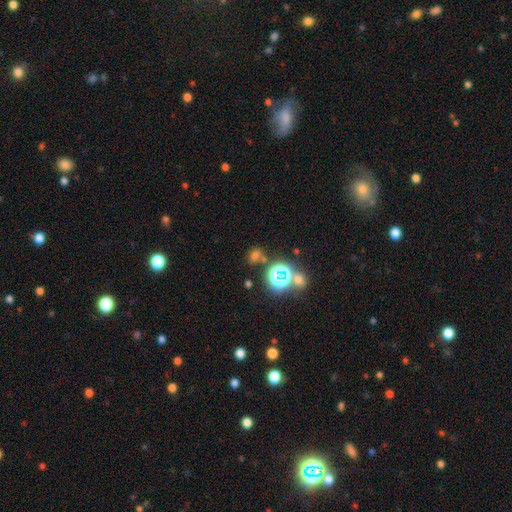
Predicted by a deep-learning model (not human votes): Smooth or featured? star or artifact (50%)